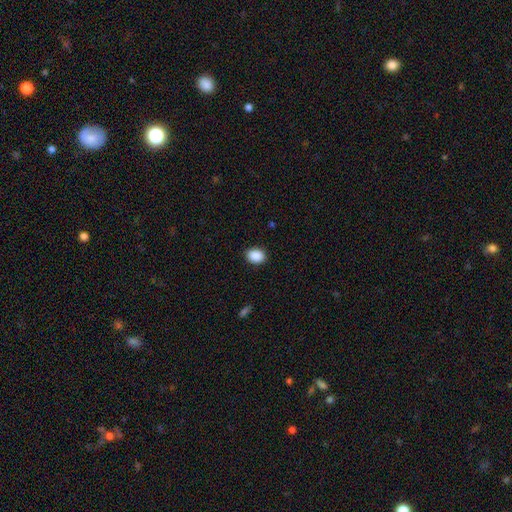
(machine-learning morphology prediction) smooth-or-featured: smooth: 90% | star or artifact: 8% | featured or disk: 2%
  how-rounded: in between: 68% | round: 31% | cigar-shaped: 1%
  merging: none: 88% | minor disturbance: 8% | major disturbance: 2% | merger: 1%